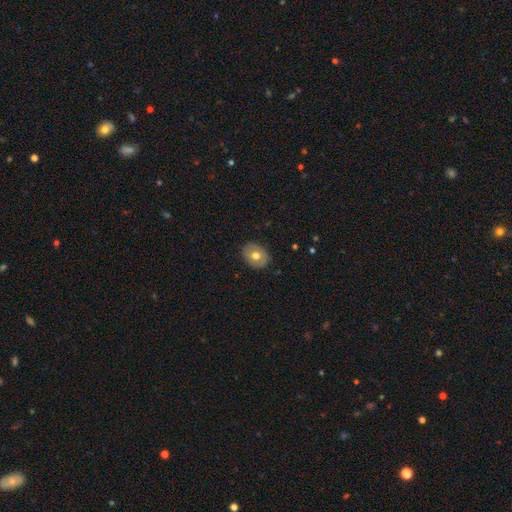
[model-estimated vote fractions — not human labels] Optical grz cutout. It shows a smooth galaxy with no disk features (66%) that is in between round and cigar-shaped (52%). Merging: none (86%).